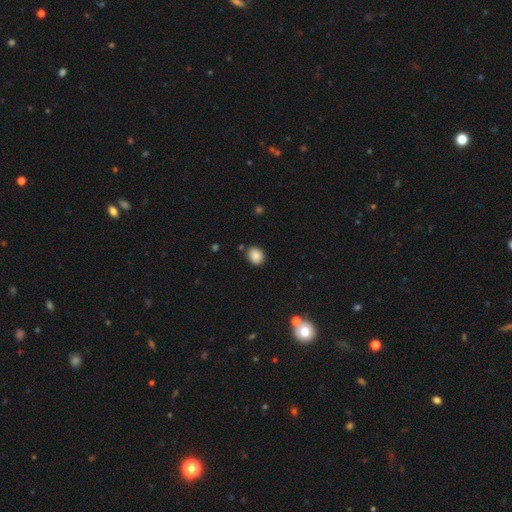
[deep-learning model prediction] A smooth galaxy with no disk features (86%) that is round (62%). Merging: none (82%).